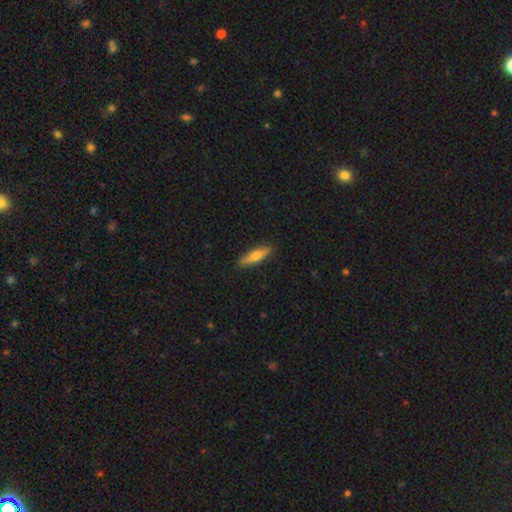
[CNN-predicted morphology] Overall: smooth (62%; featured or disk 32%). How rounded: cigar-shaped (71%). Merging: none (89%).